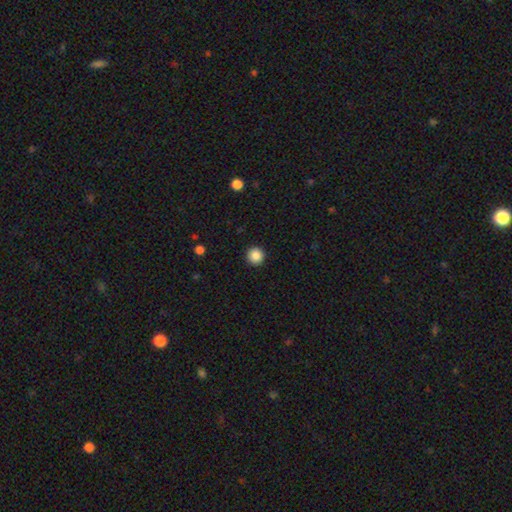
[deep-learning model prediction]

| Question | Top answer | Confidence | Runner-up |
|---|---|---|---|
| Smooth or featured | smooth | 87% | star or artifact (10%) |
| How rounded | round | 96% | in between (3%) |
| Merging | none | 93% | minor disturbance (4%) |